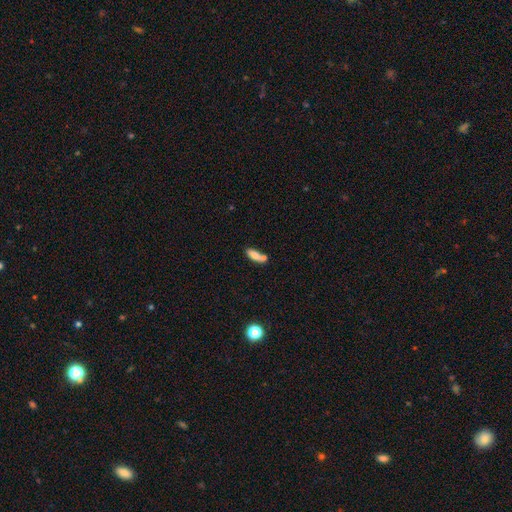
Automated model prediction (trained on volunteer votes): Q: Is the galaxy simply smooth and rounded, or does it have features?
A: smooth — 77%.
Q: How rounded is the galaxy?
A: in between — 72%.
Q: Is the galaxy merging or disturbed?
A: none — 42%.